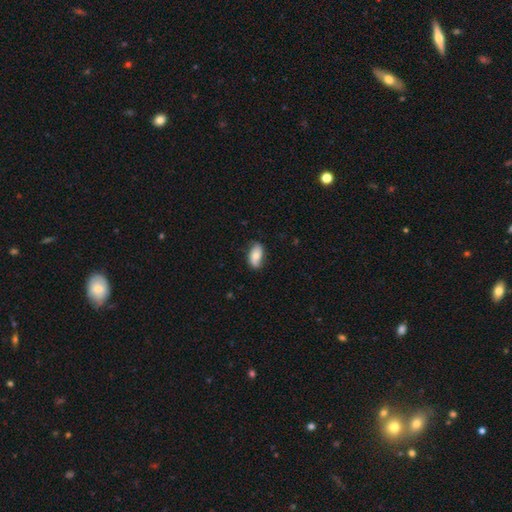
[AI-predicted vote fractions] Morphology: type=smooth (76%); roundness=in between (91%); merging=none (77%).